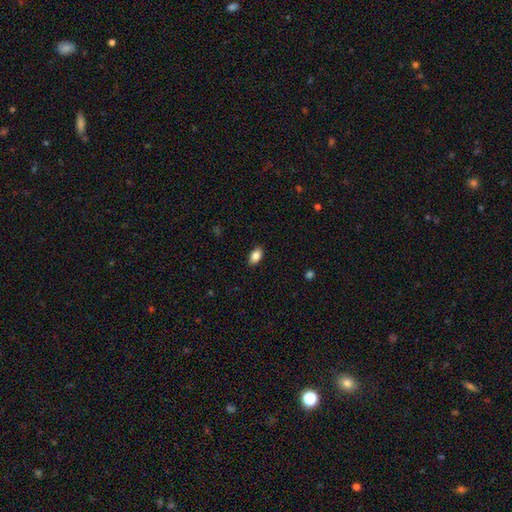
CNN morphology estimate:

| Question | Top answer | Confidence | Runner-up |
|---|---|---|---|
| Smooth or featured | smooth | 86% | star or artifact (8%) |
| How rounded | in between | 91% | round (7%) |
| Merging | none | 88% | minor disturbance (9%) |